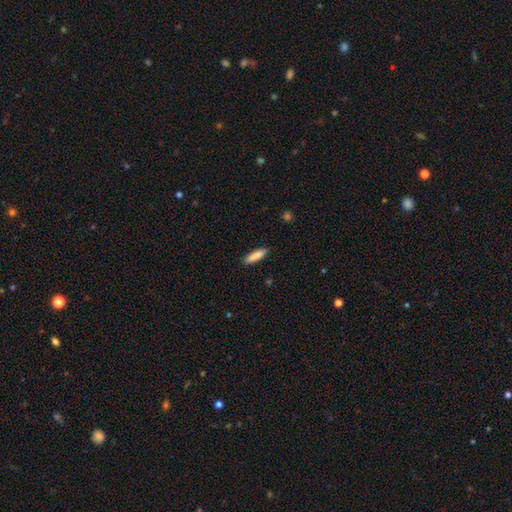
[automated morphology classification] This is clearly a smooth galaxy (87%). How rounded: likely cigar-shaped (71%). Merging: clearly none (89%).